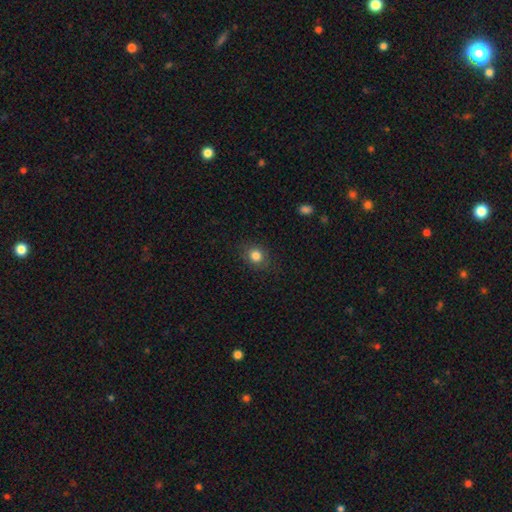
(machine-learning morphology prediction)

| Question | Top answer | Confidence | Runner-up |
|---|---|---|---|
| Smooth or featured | smooth | 83% | star or artifact (11%) |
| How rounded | round | 69% | in between (30%) |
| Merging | none | 84% | minor disturbance (11%) |